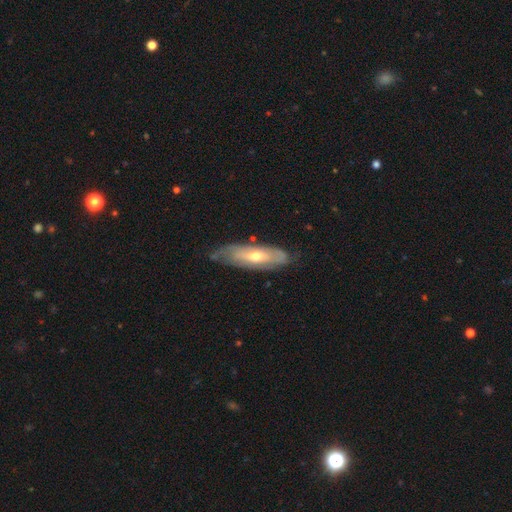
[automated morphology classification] Smooth or featured?
  - featured or disk: 66% *
  - smooth: 27%
  - star or artifact: 7%
Edge-on disk?
  - no: 69% *
  - yes: 31%
Merging?
  - none: 72% *
  - minor disturbance: 21%
  - major disturbance: 5%
  - merger: 1%